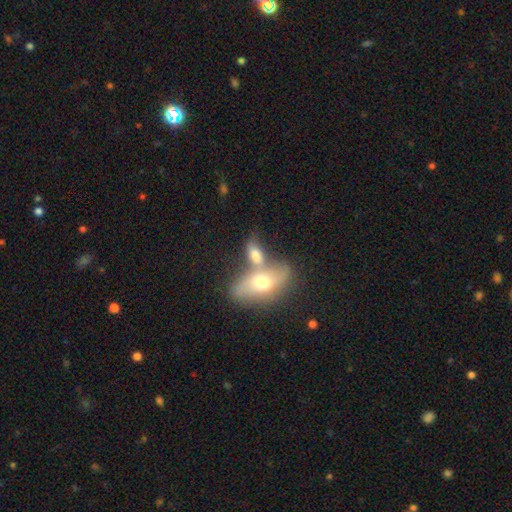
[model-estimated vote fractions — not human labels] A smooth galaxy with no disk features (59%) that is in between round and cigar-shaped (84%).

Vote fractions:
- Smooth or featured? smooth: 59% / featured or disk: 32% / star or artifact: 9%
- How rounded? in between: 84% / cigar-shaped: 9% / round: 8%
- Merging? merger: 59% / none: 25% / minor disturbance: 10% / major disturbance: 7%